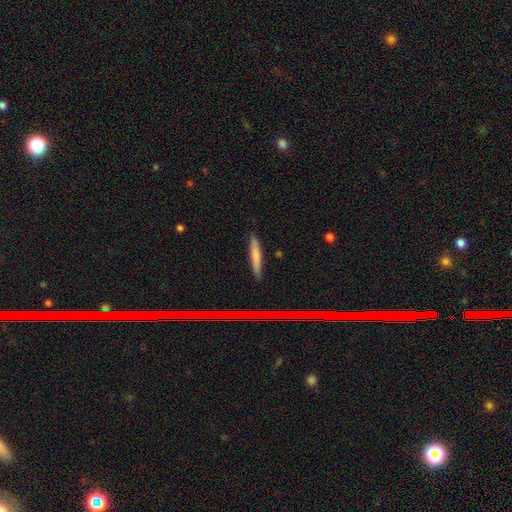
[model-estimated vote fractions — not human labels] Morphology: type=smooth (66%); roundness=cigar-shaped (93%); merging=none (87%).